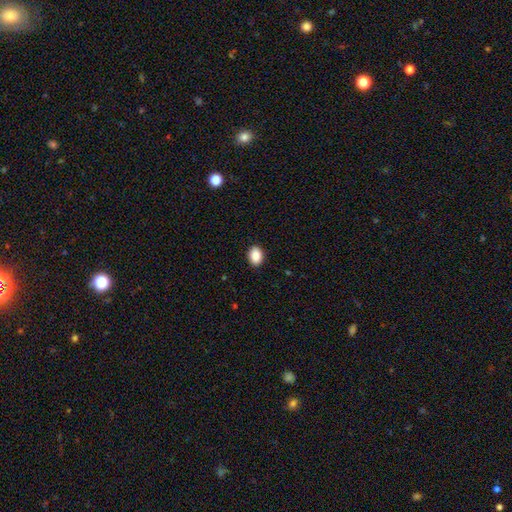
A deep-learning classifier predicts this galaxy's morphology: Smooth or featured? smooth (89%)
How rounded? in between (76%)
Merging? none (91%)